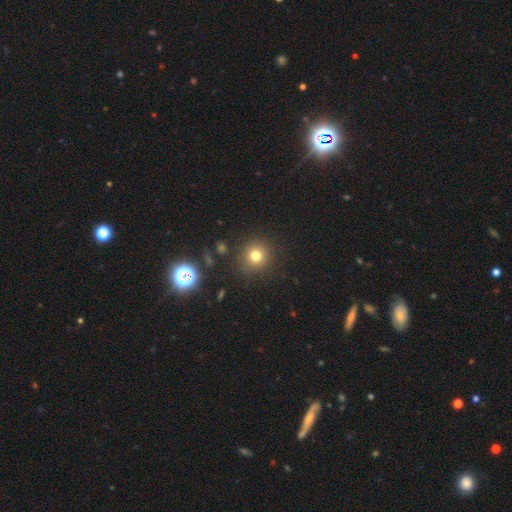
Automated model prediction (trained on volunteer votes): This is likely a smooth galaxy (77%). How rounded: clearly round (93%). Merging: clearly none (88%).